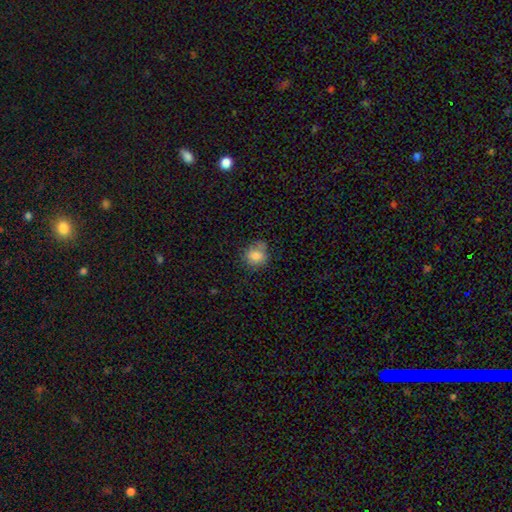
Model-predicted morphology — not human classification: A smooth galaxy with no disk features (82%) that is round (73%).

Vote fractions:
- Smooth or featured? smooth: 82% / star or artifact: 10% / featured or disk: 9%
- How rounded? round: 73% / in between: 26% / cigar-shaped: 1%
- Merging? none: 58% / minor disturbance: 26% / major disturbance: 8% / merger: 7%